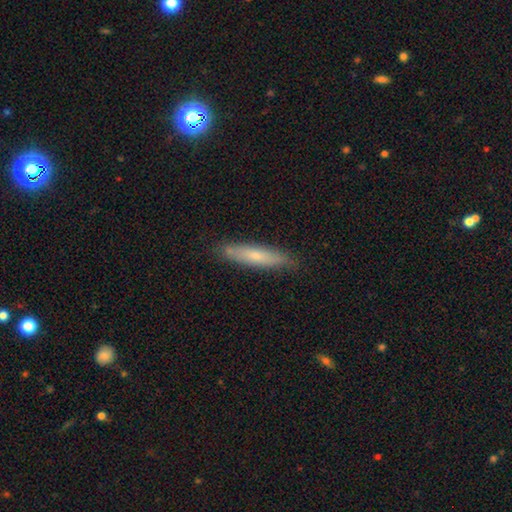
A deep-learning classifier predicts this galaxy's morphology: Smooth or featured? smooth (66%)
How rounded? cigar-shaped (87%)
Merging? none (86%)